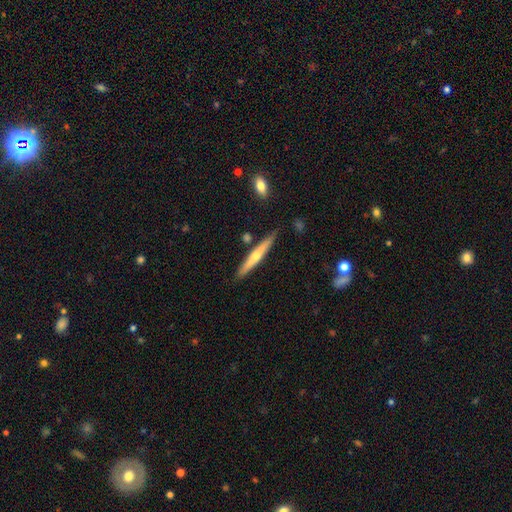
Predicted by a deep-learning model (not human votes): The model was most divided on "smooth or featured": featured or disk: 58%, smooth: 36%, star or artifact: 6%. More confident: edge-on disk — yes (95%); merging — none (84%); edge-on bulge — rounded (82%).